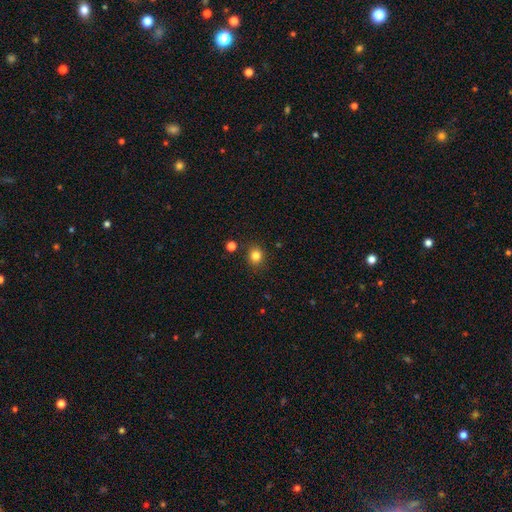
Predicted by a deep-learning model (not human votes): Smooth or featured? Predicted: smooth (p=0.82). How rounded? Predicted: round (p=0.80). Merging? Predicted: none (p=0.86).